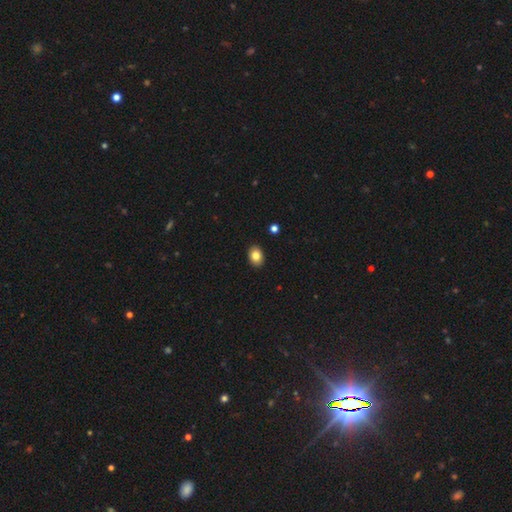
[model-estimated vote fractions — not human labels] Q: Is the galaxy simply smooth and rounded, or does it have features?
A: smooth — 84%.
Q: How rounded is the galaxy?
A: in between — 69%.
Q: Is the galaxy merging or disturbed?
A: none — 91%.